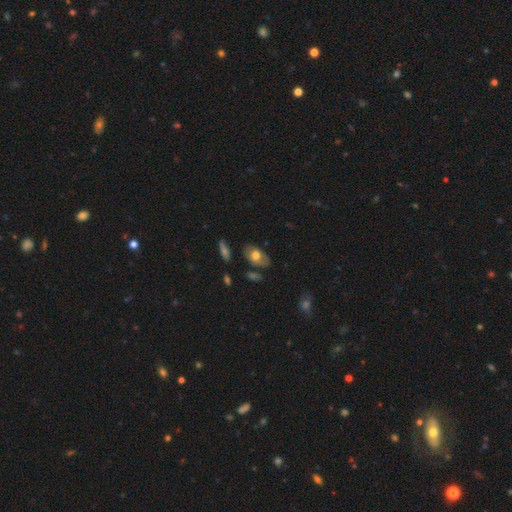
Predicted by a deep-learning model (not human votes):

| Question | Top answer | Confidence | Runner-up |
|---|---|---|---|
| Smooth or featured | smooth | 60% | featured or disk (33%) |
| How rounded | in between | 89% | round (8%) |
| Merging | none | 71% | minor disturbance (19%) |